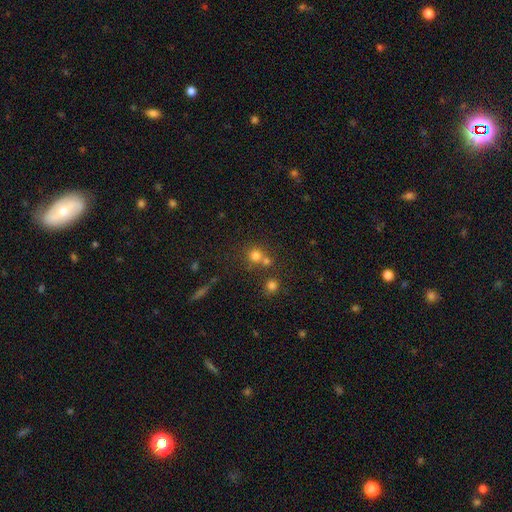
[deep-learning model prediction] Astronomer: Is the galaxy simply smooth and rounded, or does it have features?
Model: smooth — 74%.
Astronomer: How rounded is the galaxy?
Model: round — 90%.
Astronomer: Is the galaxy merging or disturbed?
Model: none — 57% (runner-up: merger, 33%).